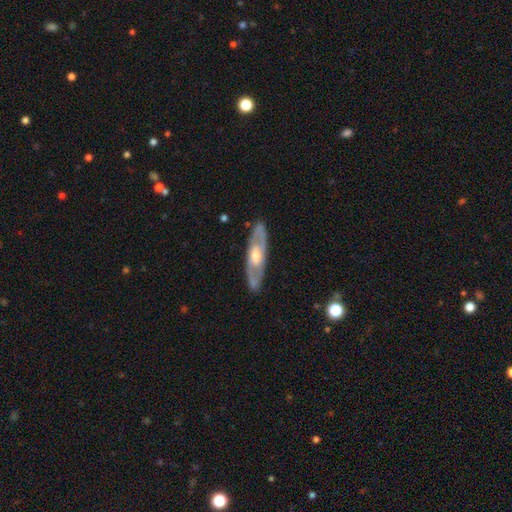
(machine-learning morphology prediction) A featured or disk galaxy (71%).

Vote fractions:
- Smooth or featured? featured or disk: 71% / smooth: 25% / star or artifact: 5%
- Edge-on disk? no: 65% / yes: 35%
- Merging? none: 86% / minor disturbance: 10% / major disturbance: 3% / merger: 1%